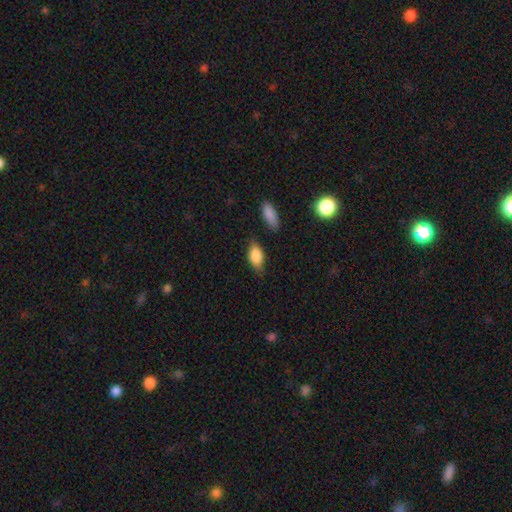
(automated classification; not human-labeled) Overall: smooth (80%). How rounded: in between (86%). Merging: none (71%).